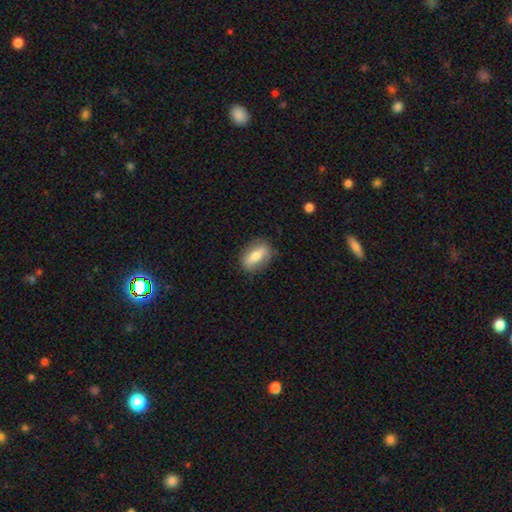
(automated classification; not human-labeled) Smooth or featured?
  - smooth: 58% *
  - featured or disk: 35%
  - star or artifact: 7%
How rounded?
  - in between: 76% *
  - cigar-shaped: 13%
  - round: 11%
Merging?
  - none: 82% *
  - minor disturbance: 13%
  - major disturbance: 4%
  - merger: 1%